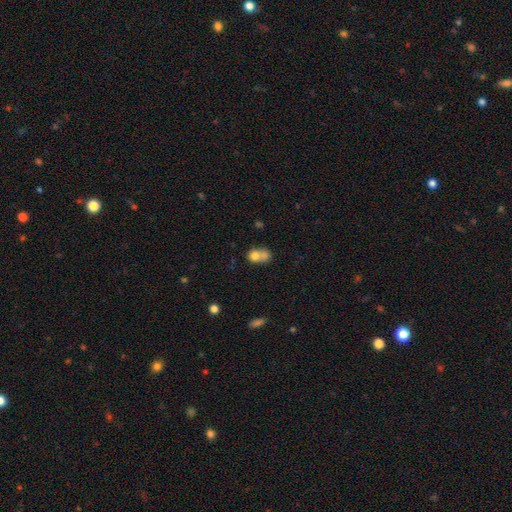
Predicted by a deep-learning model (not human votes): Overall: smooth (72%). How rounded: round (58%; in between 40%). Merging: merger (64%).